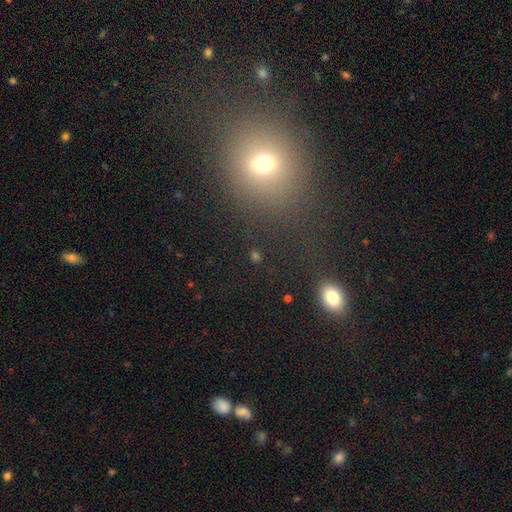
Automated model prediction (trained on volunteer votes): A smooth galaxy with no disk features (60%) that is round (64%).

Vote fractions:
- Smooth or featured? smooth: 60% / star or artifact: 29% / featured or disk: 11%
- How rounded? round: 64% / in between: 33% / cigar-shaped: 4%
- Merging? none: 79% / minor disturbance: 9% / major disturbance: 6% / merger: 5%